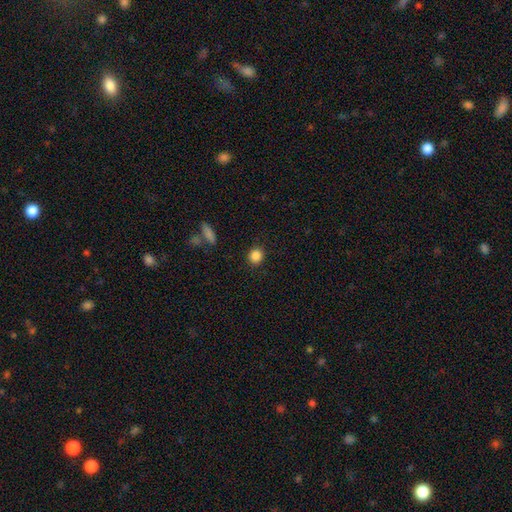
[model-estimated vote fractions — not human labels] Smooth or featured? Predicted: smooth (p=0.86). How rounded? Predicted: round (p=0.86). Merging? Predicted: none (p=0.90).